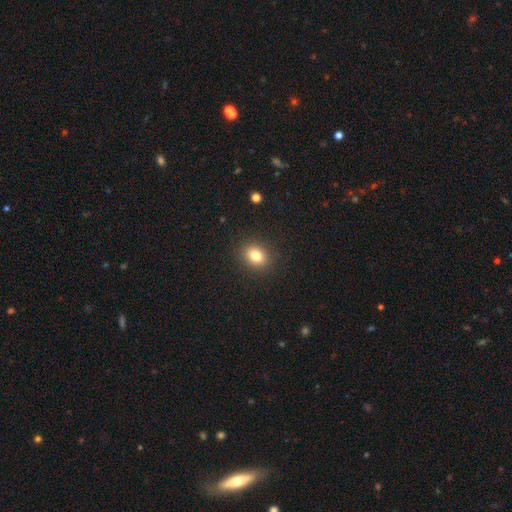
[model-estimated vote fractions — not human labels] Smooth or featured? smooth (81%)
How rounded? round (52%)
Merging? none (89%)